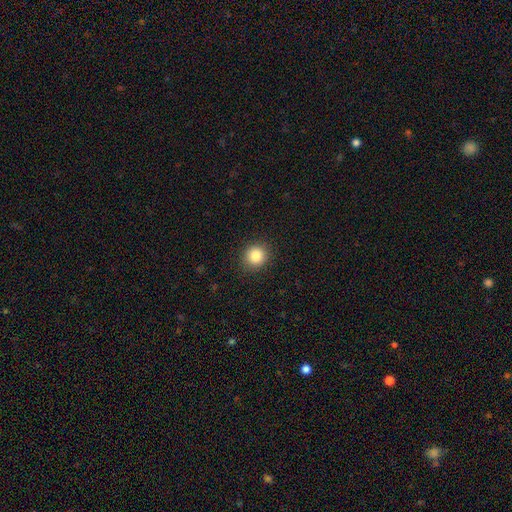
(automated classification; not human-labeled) Smooth or featured: smooth — 85% (star or artifact — 11%)
How rounded: round — 89% (in between — 10%)
Merging: none — 91% (minor disturbance — 6%)